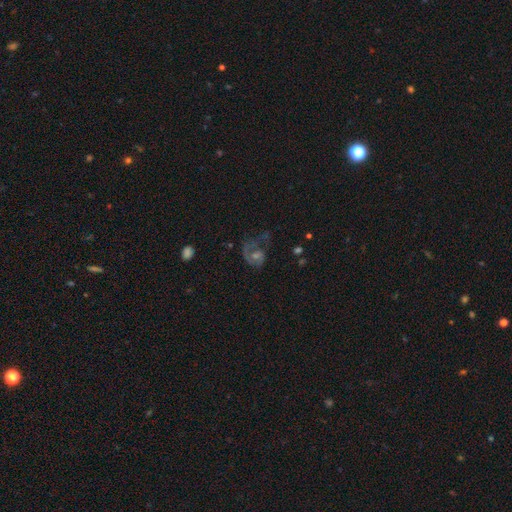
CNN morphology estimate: Smooth or featured?
  - featured or disk: 70% *
  - smooth: 16%
  - star or artifact: 14%
Edge-on disk?
  - no: 98% *
  - yes: 2%
Bar?
  - no: 71% *
  - weak: 24%
  - strong: 5%
Spiral arms?
  - yes: 85% *
  - no: 15%
Spiral winding?
  - medium: 42% *
  - loose: 30%
  - tight: 28%
Spiral arm count?
  - 1: 57% *
  - 2: 29%
  - can't tell: 10%
  - 3: 2%
  - 4: 1%
  - more than 4: 1%
Bulge size?
  - moderate: 44% *
  - small: 39%
  - none: 9%
  - large: 7%
  - dominant: 2%
Merging?
  - none: 44% *
  - major disturbance: 35%
  - minor disturbance: 17%
  - merger: 4%